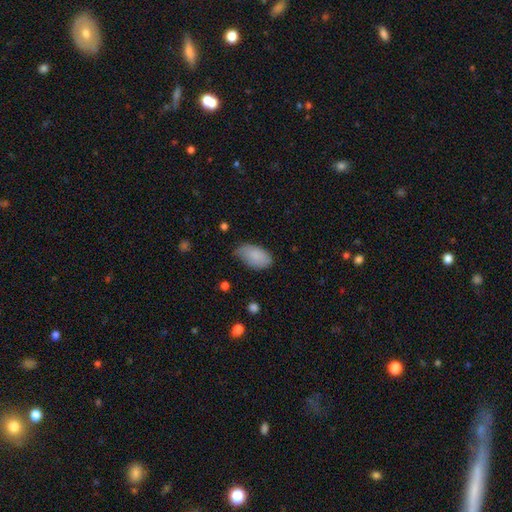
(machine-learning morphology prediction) smooth-or-featured: smooth: 86% | featured or disk: 8% | star or artifact: 6%
  how-rounded: in between: 95% | round: 3% | cigar-shaped: 2%
  merging: none: 62% | minor disturbance: 32% | major disturbance: 5% | merger: 1%